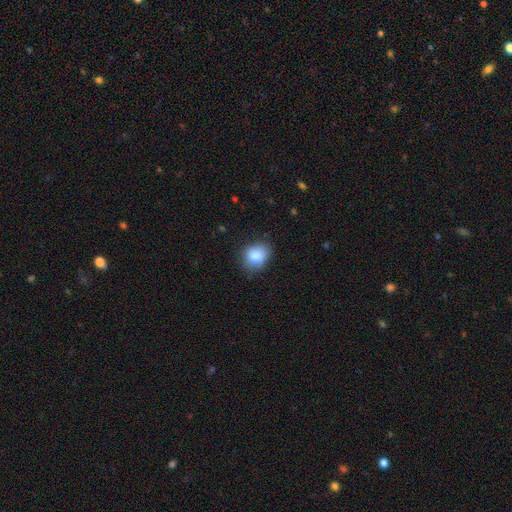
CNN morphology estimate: Q: Smooth or featured?
A: smooth (85%); runner-up: star or artifact (9%)
Q: How rounded?
A: round (50%); runner-up: in between (49%)
Q: Merging?
A: none (76%); runner-up: minor disturbance (19%)